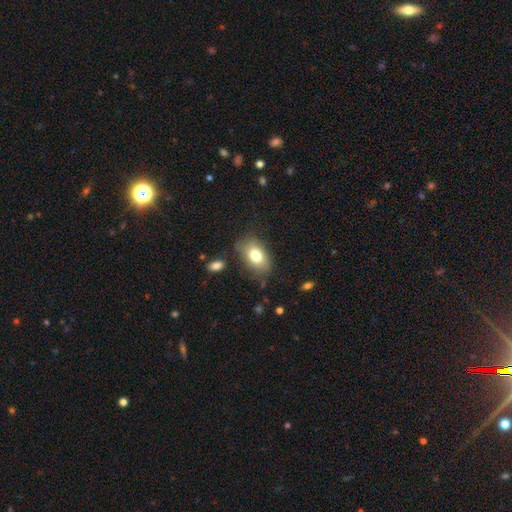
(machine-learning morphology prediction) A smooth galaxy with no disk features (76%) that is in between round and cigar-shaped (87%).

Vote fractions:
- Smooth or featured? smooth: 76% / featured or disk: 15% / star or artifact: 8%
- How rounded? in between: 87% / round: 12% / cigar-shaped: 2%
- Merging? none: 75% / minor disturbance: 18% / major disturbance: 5% / merger: 3%